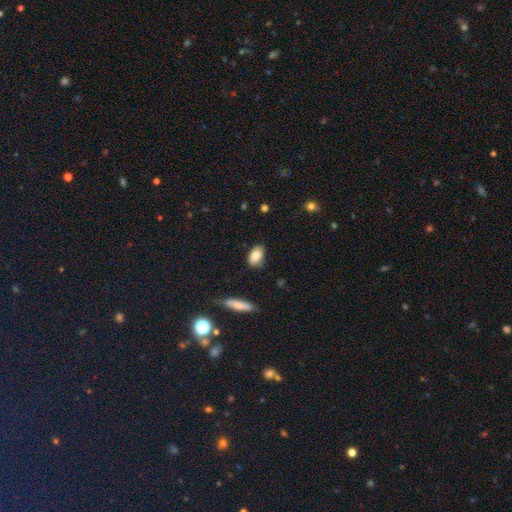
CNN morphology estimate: Smooth or featured: smooth — 83% (featured or disk — 9%)
How rounded: in between — 89% (round — 8%)
Merging: none — 81% (minor disturbance — 14%)